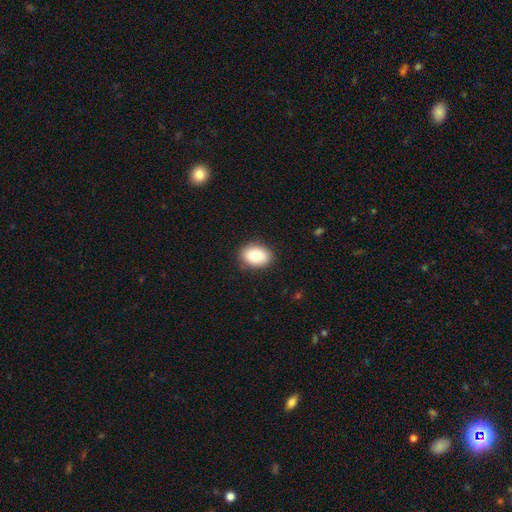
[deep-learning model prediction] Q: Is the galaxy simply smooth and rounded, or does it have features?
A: smooth — 81%.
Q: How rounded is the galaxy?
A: in between — 73%.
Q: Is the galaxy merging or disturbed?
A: none — 87%.